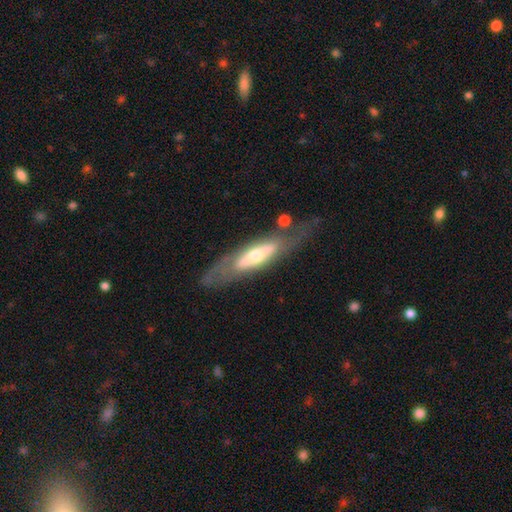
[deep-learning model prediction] This appears to be a featured or disk galaxy (63%). Merging: none (62%).